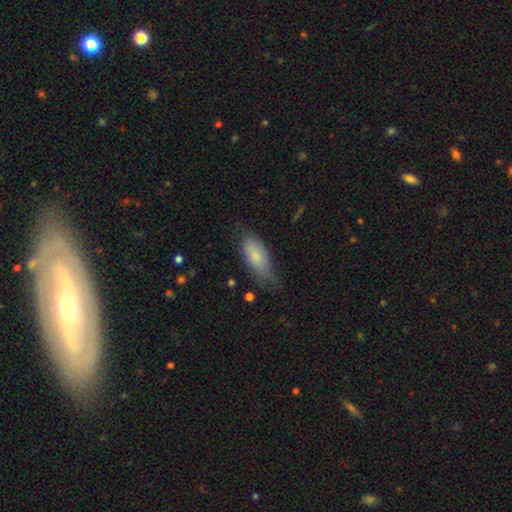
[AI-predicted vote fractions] Overall: smooth (77%). How rounded: in between (81%). Merging: none (57%; minor disturbance 33%).